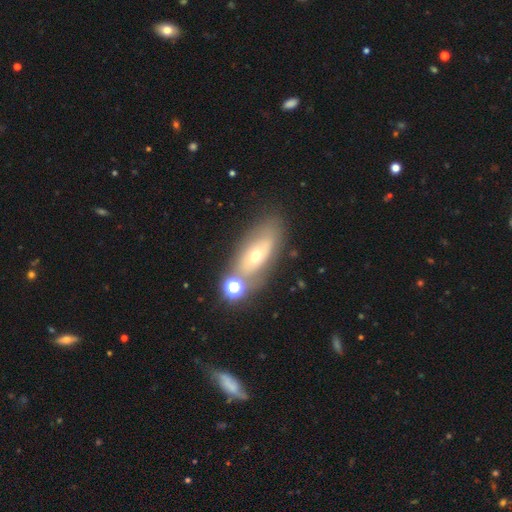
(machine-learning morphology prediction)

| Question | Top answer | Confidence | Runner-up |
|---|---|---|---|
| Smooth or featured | featured or disk | 47% | smooth (41%) |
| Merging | none | 64% | minor disturbance (15%) |